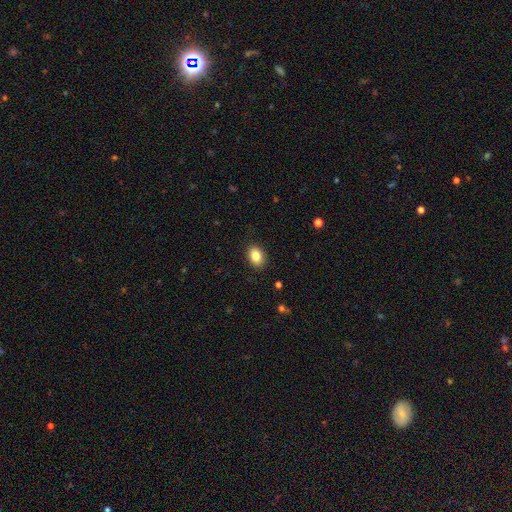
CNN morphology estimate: type=smooth (85%); roundness=in between (76%); merging=none (89%).